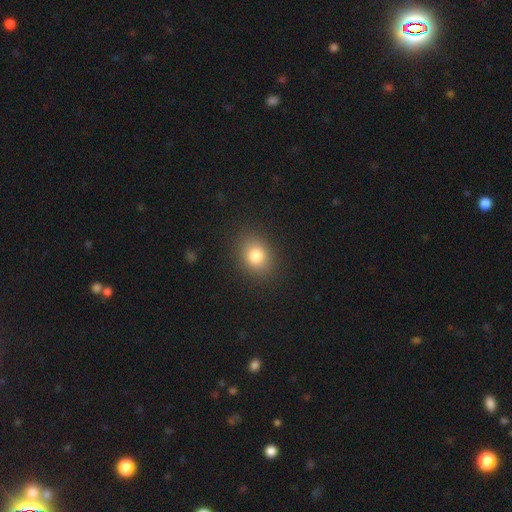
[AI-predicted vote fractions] Smooth or featured? smooth (81%)
How rounded? in between (52%)
Merging? none (87%)